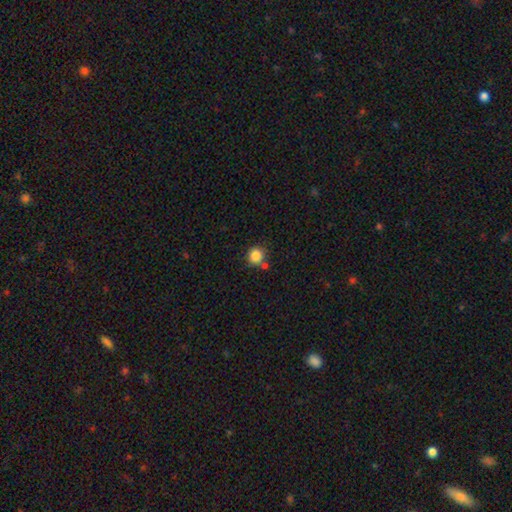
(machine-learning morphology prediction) Overall: smooth (85%). How rounded: round (91%). Merging: none (74%).